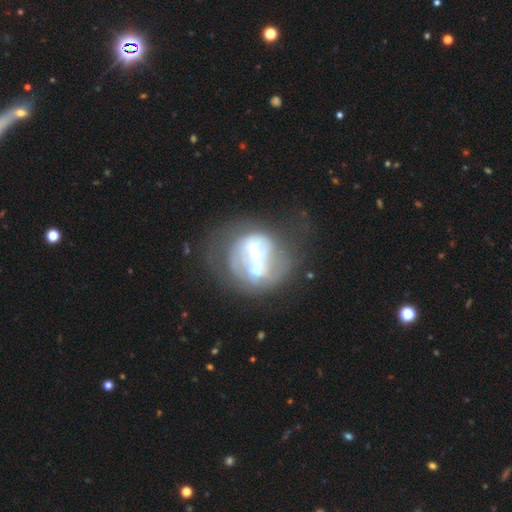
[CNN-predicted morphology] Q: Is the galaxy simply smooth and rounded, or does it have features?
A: featured or disk — 64%.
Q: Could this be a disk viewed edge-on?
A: no — 97%.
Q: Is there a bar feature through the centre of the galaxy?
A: no — 53%.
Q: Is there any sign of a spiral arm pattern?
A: no — 71%.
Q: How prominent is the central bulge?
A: moderate — 38%.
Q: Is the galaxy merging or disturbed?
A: major disturbance — 30%.